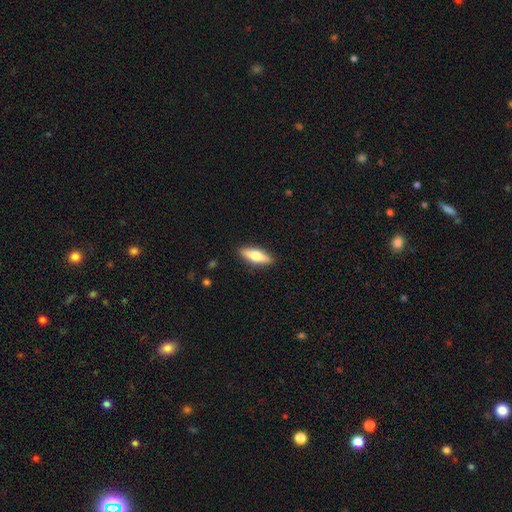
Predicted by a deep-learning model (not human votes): The model was most divided on "how rounded": in between: 53%, cigar-shaped: 44%, round: 2%. More confident: merging — none (89%); smooth or featured — smooth (60%).